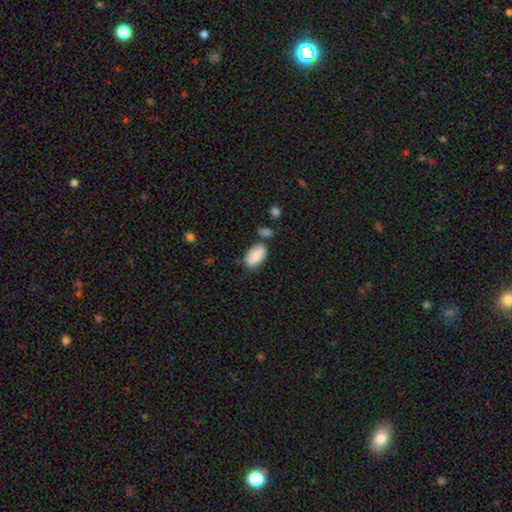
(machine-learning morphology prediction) A smooth galaxy with no disk features (82%) that is in between round and cigar-shaped (94%).

Vote fractions:
- Smooth or featured? smooth: 82% / featured or disk: 12% / star or artifact: 6%
- How rounded? in between: 94% / round: 4% / cigar-shaped: 2%
- Merging? none: 70% / minor disturbance: 16% / merger: 10% / major disturbance: 4%